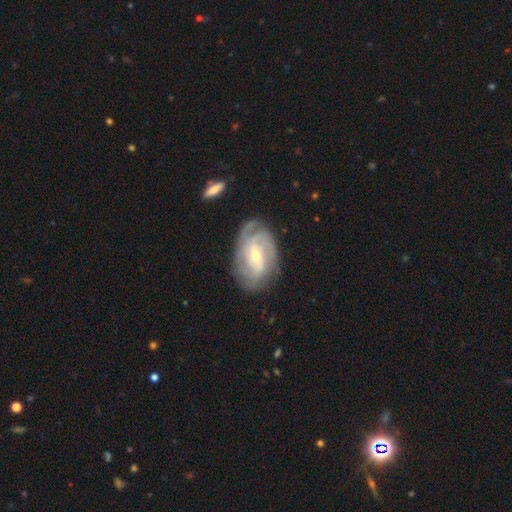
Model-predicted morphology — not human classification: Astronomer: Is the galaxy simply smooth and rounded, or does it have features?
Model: featured or disk — 85%.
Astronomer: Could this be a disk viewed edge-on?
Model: no — 96%.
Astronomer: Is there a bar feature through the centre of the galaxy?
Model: weak — 46% (runner-up: no, 38%).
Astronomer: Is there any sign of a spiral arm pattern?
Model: yes — 96%.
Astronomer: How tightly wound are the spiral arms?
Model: tight — 60%.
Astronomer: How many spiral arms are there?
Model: can't tell — 28% (runner-up: 3, 26%).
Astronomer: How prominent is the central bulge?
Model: small — 59% (runner-up: moderate, 38%).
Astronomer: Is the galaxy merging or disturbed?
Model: none — 75%.